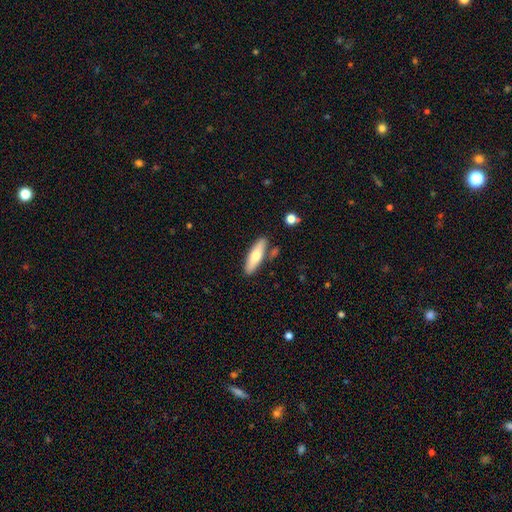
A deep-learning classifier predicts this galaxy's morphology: Smooth or featured? smooth (64%)
How rounded? cigar-shaped (58%)
Merging? none (82%)